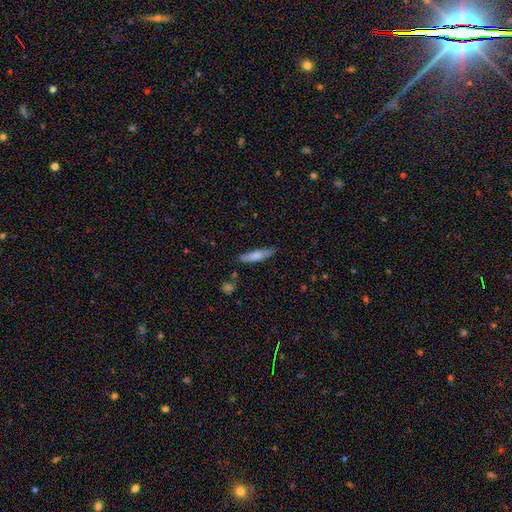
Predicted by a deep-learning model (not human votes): This is likely a smooth galaxy (72%). How rounded: likely cigar-shaped (78%). Merging: clearly none (80%).